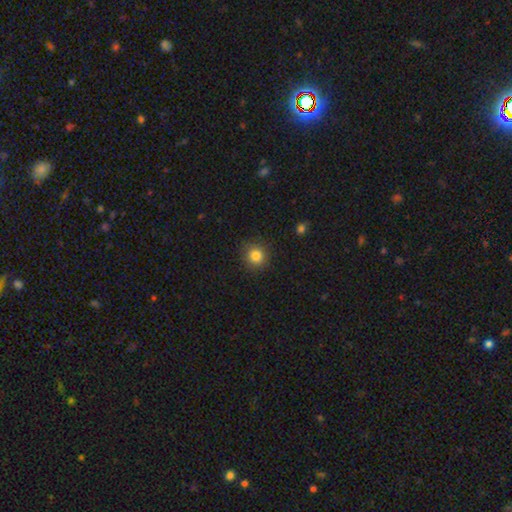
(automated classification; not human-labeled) Smooth or featured?
  - smooth: 83% *
  - star or artifact: 11%
  - featured or disk: 5%
How rounded?
  - round: 92% *
  - in between: 7%
  - cigar-shaped: 1%
Merging?
  - none: 89% *
  - minor disturbance: 7%
  - major disturbance: 2%
  - merger: 1%